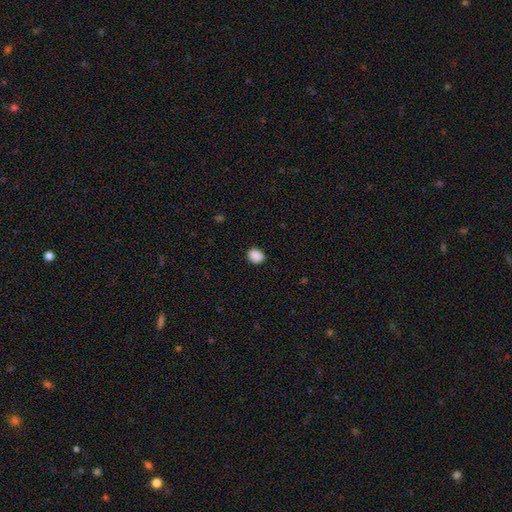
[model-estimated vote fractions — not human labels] smooth_or_featured: smooth (p=0.89) [alt: star or artifact p=0.08]
how_rounded: round (p=0.50) [alt: in between p=0.49]
merging: none (p=0.90) [alt: minor disturbance p=0.07]